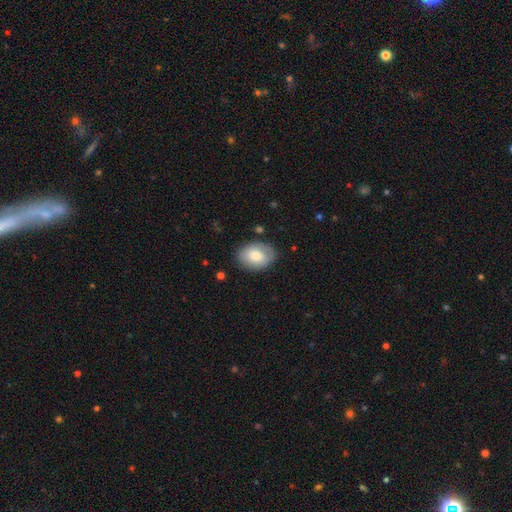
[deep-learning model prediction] smooth-or-featured: smooth: 70% | featured or disk: 23% | star or artifact: 7%
  how-rounded: in between: 68% | round: 32% | cigar-shaped: 1%
  merging: none: 81% | minor disturbance: 14% | major disturbance: 4% | merger: 1%